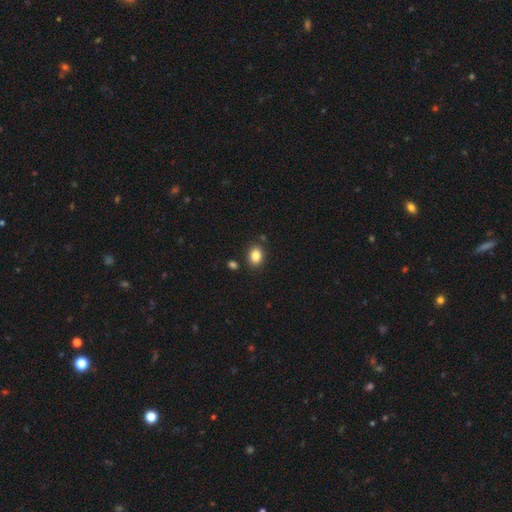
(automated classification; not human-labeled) Morphology: type=smooth (84%); roundness=in between (67%); merging=none (83%).